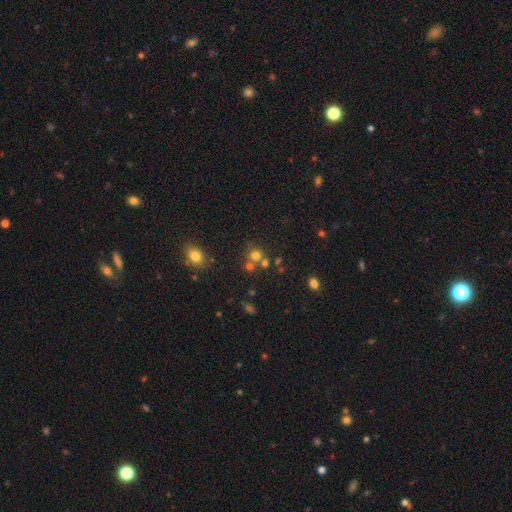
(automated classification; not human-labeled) Q: Smooth or featured?
A: smooth (69%); runner-up: star or artifact (20%)
Q: How rounded?
A: round (86%); runner-up: in between (13%)
Q: Merging?
A: none (56%); runner-up: merger (32%)